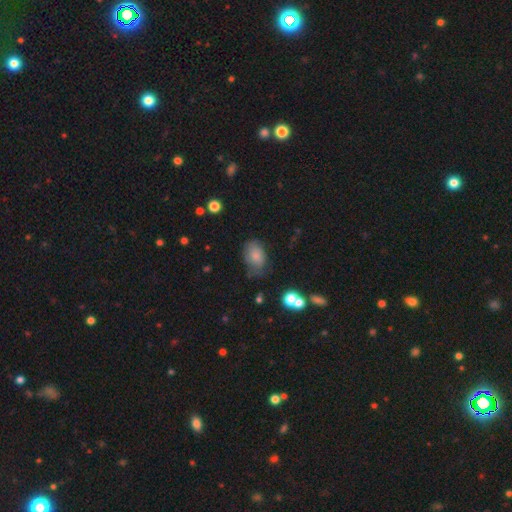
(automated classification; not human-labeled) smooth 77%, featured or disk 13%, star or artifact 10%. Down the decision tree: how rounded — in between (80%); merging — none (57%).